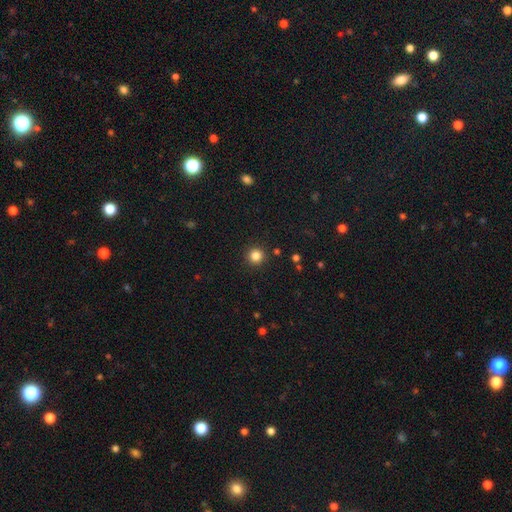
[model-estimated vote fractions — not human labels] Smooth or featured? Predicted: smooth (p=0.84). How rounded? Predicted: round (p=0.95). Merging? Predicted: none (p=0.92).